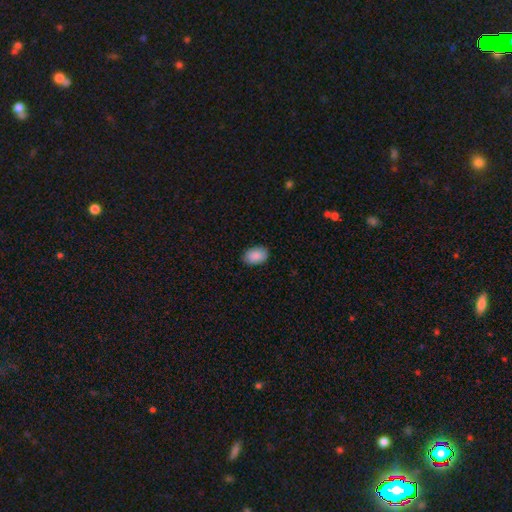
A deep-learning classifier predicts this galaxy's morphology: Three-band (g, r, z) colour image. It shows a smooth galaxy with no disk features (89%) that is in between round and cigar-shaped (88%). Merging: none (86%).